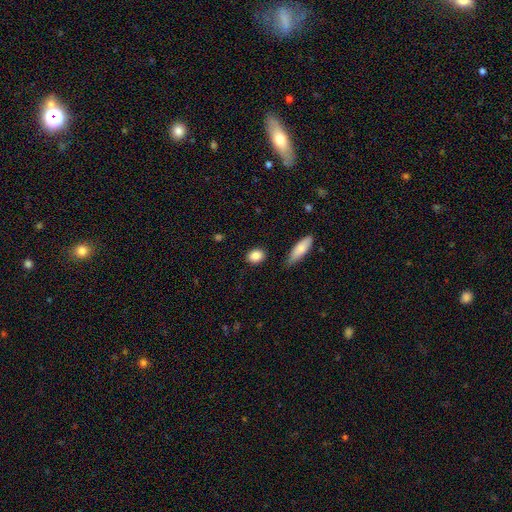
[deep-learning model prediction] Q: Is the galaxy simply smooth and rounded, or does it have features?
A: smooth — 87%.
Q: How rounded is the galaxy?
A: round — 51%.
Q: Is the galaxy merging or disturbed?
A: none — 85%.